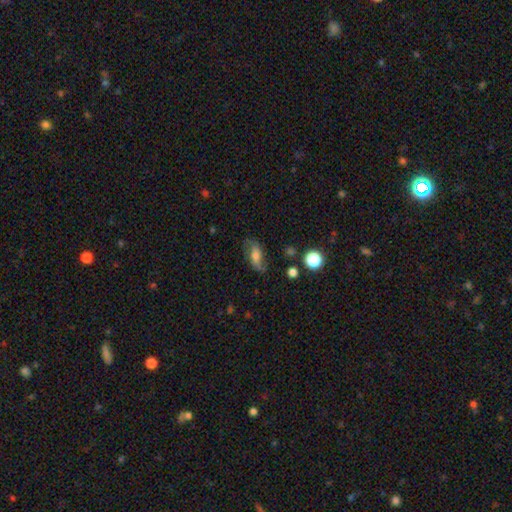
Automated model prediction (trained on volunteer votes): The model was most divided on "smooth or featured": smooth: 47%, featured or disk: 43%, star or artifact: 10%. More confident: merging — none (67%).